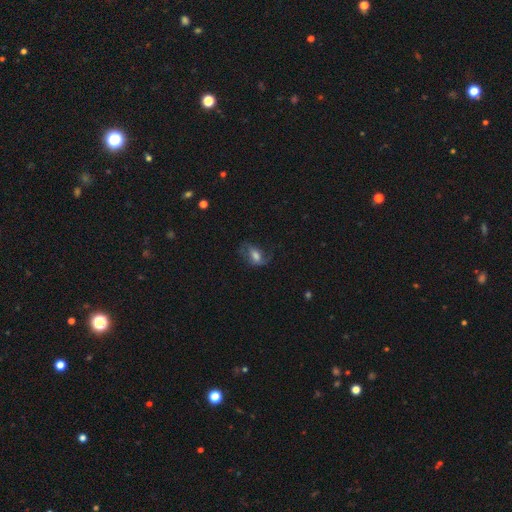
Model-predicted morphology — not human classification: The model was most divided on "smooth or featured": smooth: 47%, featured or disk: 43%, star or artifact: 10%. Remaining: merging — none (47%).